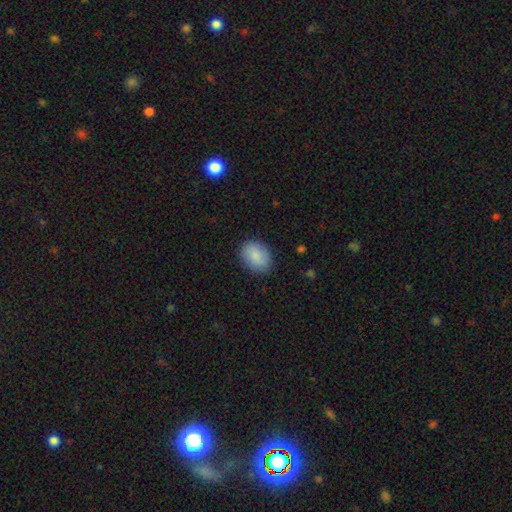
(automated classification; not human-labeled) This is clearly a smooth galaxy (87%). How rounded: likely in between (71%). Merging: clearly none (84%).